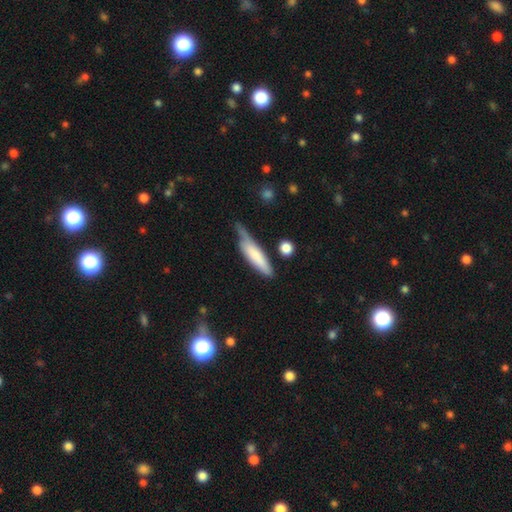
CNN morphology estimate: type=smooth (71%); roundness=cigar-shaped (73%); merging=none (41%).